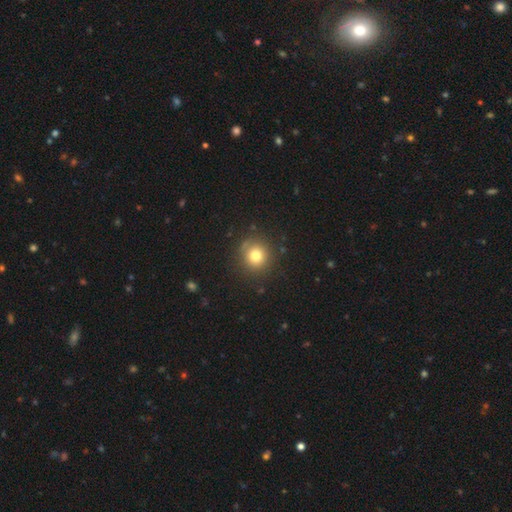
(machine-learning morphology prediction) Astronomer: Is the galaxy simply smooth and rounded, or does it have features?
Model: smooth — 77%.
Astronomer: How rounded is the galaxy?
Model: round — 92%.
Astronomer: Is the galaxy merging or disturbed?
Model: none — 85%.